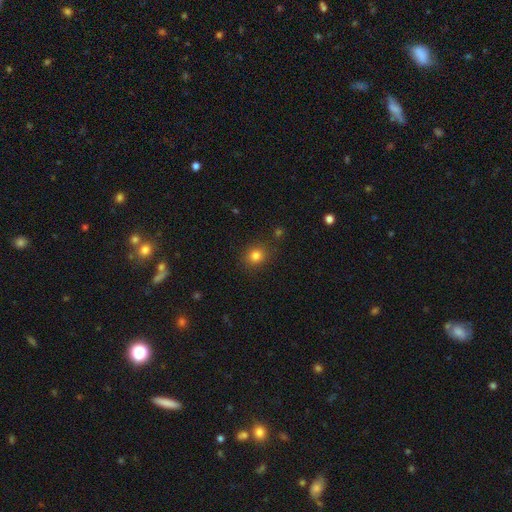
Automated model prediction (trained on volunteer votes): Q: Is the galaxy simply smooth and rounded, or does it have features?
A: smooth — 82%.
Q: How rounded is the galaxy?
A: round — 80%.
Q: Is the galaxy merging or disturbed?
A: none — 86%.